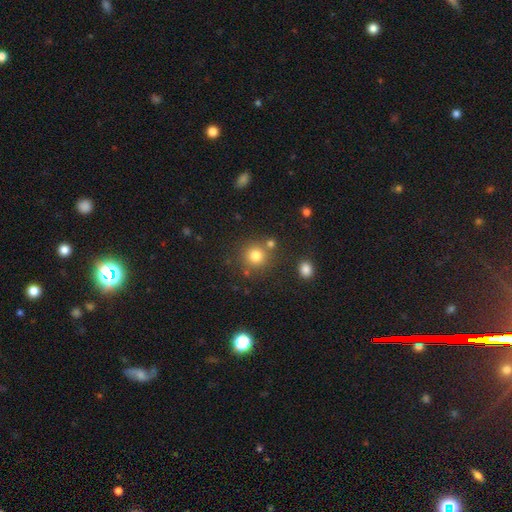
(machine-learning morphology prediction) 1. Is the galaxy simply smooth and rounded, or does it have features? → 79% smooth, 13% star or artifact, 7% featured or disk.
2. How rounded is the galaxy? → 92% round, 7% in between, 1% cigar-shaped.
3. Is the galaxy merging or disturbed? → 77% none, 11% merger, 8% minor disturbance, 3% major disturbance.